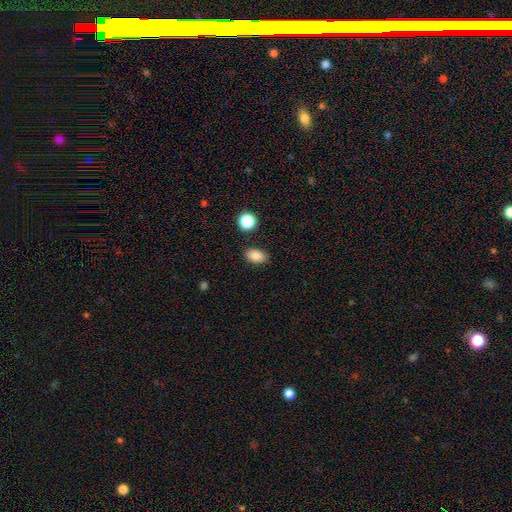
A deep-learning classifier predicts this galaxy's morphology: The model was most divided on "how rounded": in between: 86%, round: 13%, cigar-shaped: 1%. More confident: smooth or featured — smooth (85%); merging — none (85%).